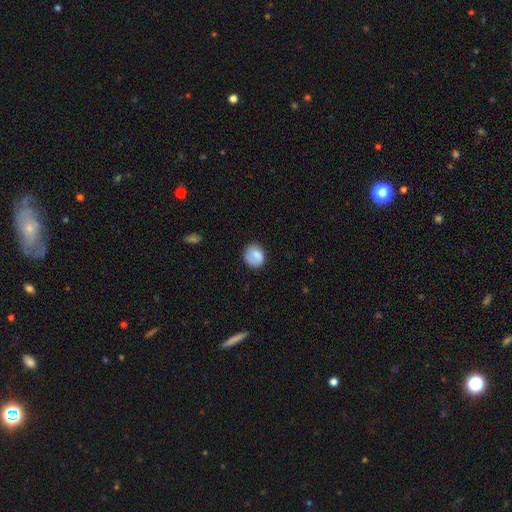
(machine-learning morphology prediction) Overall: smooth (78%). How rounded: round (68%; in between 31%). Merging: none (69%).